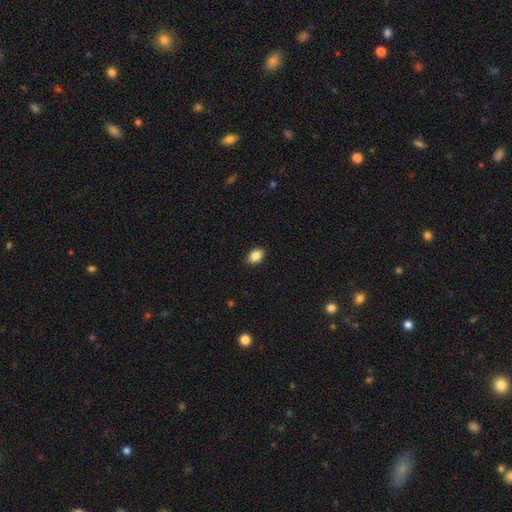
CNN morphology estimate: Smooth or featured? Predicted: smooth (p=0.86). How rounded? Predicted: in between (p=0.80). Merging? Predicted: none (p=0.85).